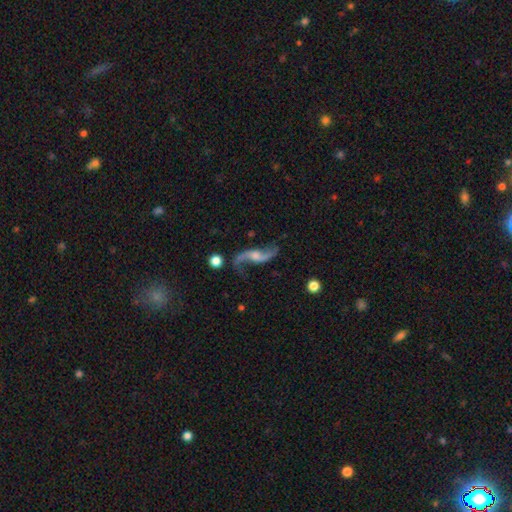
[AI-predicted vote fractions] smooth_or_featured: featured or disk (p=0.90) [alt: star or artifact p=0.05]
disk_edge_on: no (p=0.94) [alt: yes p=0.06]
bar: no (p=0.53) [alt: weak p=0.35]
has_spiral_arms: yes (p=0.96) [alt: no p=0.04]
spiral_winding: loose (p=0.92) [alt: medium p=0.06]
spiral_arm_count: 2 (p=0.94) [alt: 1 p=0.02]
bulge_size: small (p=0.38) [tied with: moderate p=0.38]
merging: none (p=0.74) [alt: minor disturbance p=0.14]